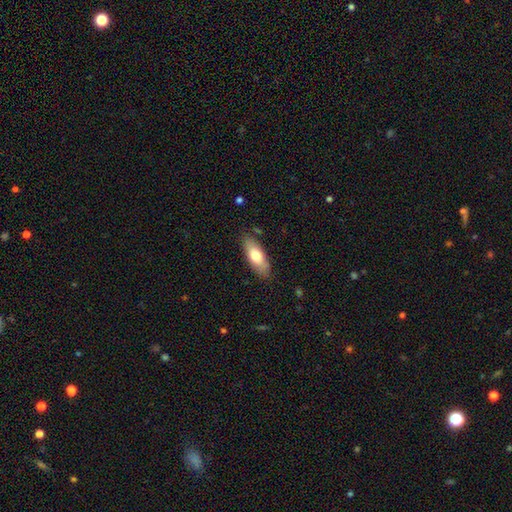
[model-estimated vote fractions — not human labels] smooth-or-featured: smooth: 71% | featured or disk: 23% | star or artifact: 6%
  how-rounded: in between: 72% | cigar-shaped: 26% | round: 2%
  merging: none: 83% | minor disturbance: 13% | major disturbance: 3% | merger: 2%